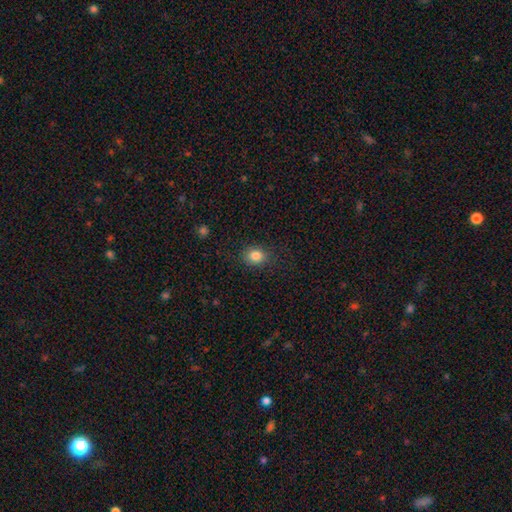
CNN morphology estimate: smooth_or_featured: smooth (p=0.84) [alt: star or artifact p=0.10]
how_rounded: round (p=0.59) [alt: in between p=0.40]
merging: none (p=0.83) [alt: minor disturbance p=0.11]